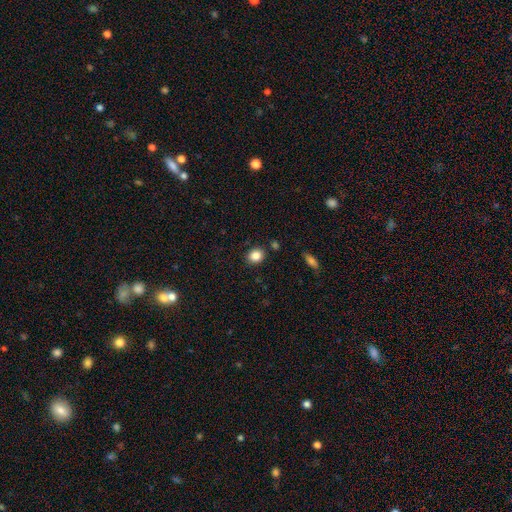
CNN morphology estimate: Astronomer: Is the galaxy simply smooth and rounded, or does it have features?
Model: smooth — 85%.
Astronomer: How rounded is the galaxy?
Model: round — 63%.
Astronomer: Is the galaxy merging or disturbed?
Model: none — 86%.